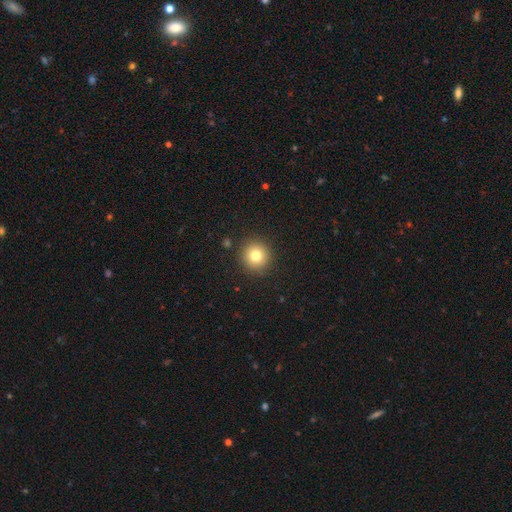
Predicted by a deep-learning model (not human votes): The model was most divided on "smooth or featured": smooth: 79%, star or artifact: 12%, featured or disk: 10%. More confident: how rounded — round (94%); merging — none (91%).